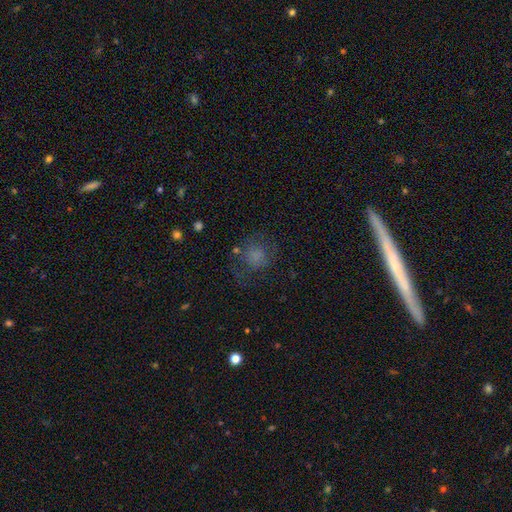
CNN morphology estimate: smooth-or-featured: smooth: 67% | featured or disk: 19% | star or artifact: 15%
  how-rounded: round: 82% | in between: 17% | cigar-shaped: 1%
  merging: none: 59% | minor disturbance: 19% | major disturbance: 19% | merger: 3%